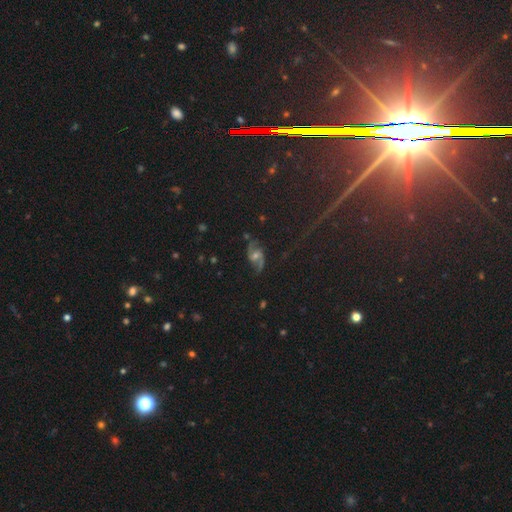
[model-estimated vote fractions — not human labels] Smooth or featured? Predicted: featured or disk (p=0.67). Edge-on disk? Predicted: no (p=0.96). Bar? Predicted: no (p=0.53). Spiral arms? Predicted: yes (p=0.93). Spiral winding? Predicted: loose (p=0.44). Spiral arm count? Predicted: 2 (p=0.92). Bulge size? Predicted: moderate (p=0.61). Merging? Predicted: none (p=0.76).